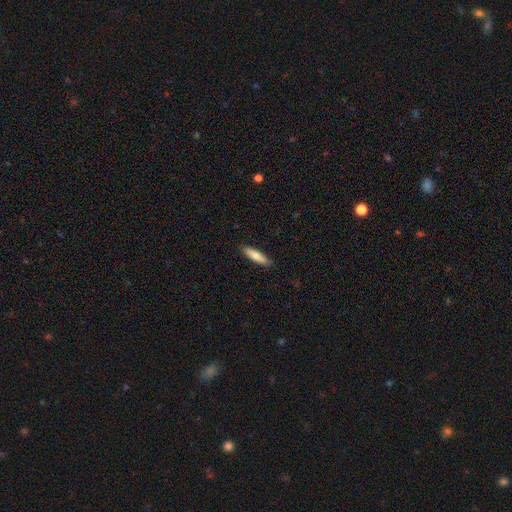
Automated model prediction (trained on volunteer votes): Q: Smooth or featured?
A: smooth (76%); runner-up: featured or disk (19%)
Q: How rounded?
A: cigar-shaped (64%); runner-up: in between (34%)
Q: Merging?
A: none (88%); runner-up: minor disturbance (9%)